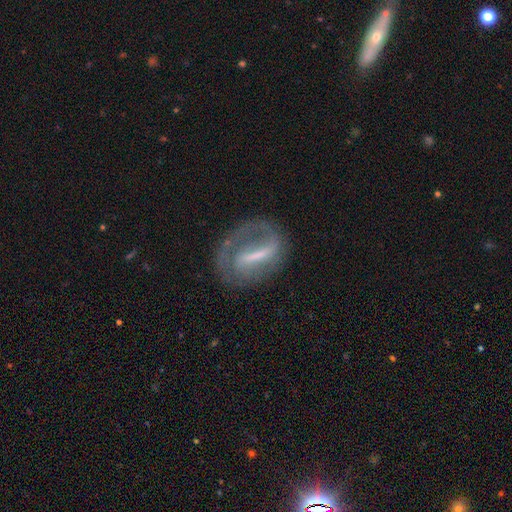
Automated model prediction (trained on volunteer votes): A featured or disk galaxy (71%) with a strong bar (67%), spiral arms (69%) and no central bulge (33%, tied with small). Merging: none (57%).